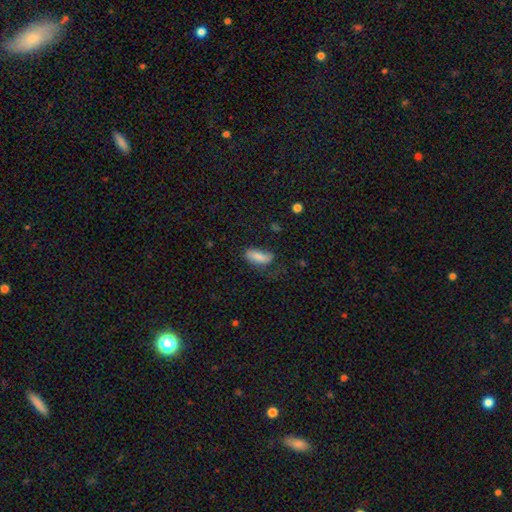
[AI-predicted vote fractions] smooth 71%, featured or disk 20%, star or artifact 9%. Down the decision tree: how rounded — in between (79%); merging — none (50%).